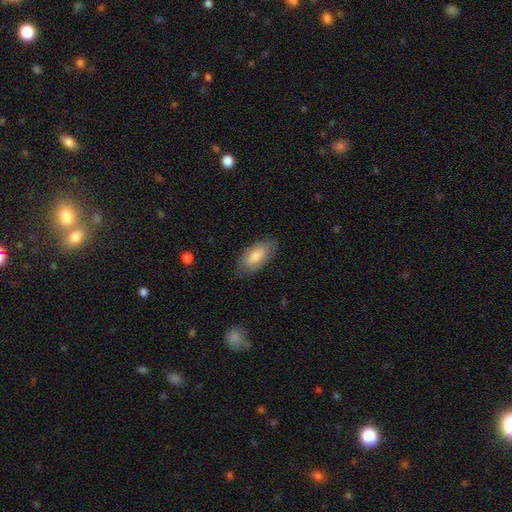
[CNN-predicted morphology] Smooth or featured?
  - smooth: 75% *
  - featured or disk: 19%
  - star or artifact: 6%
How rounded?
  - in between: 87% *
  - cigar-shaped: 10%
  - round: 2%
Merging?
  - none: 83% *
  - minor disturbance: 13%
  - major disturbance: 3%
  - merger: 1%